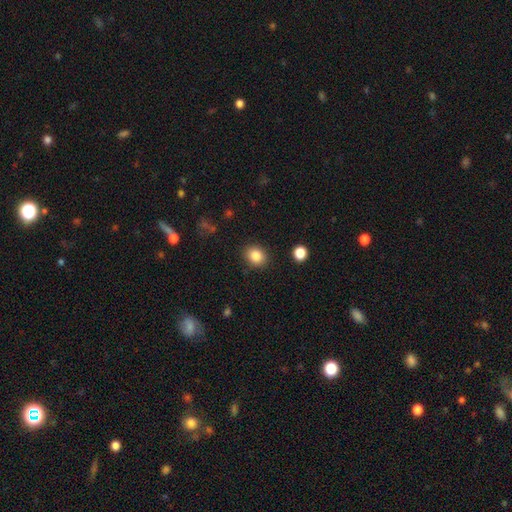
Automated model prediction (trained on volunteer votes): Smooth or featured?
  - smooth: 85% *
  - star or artifact: 10%
  - featured or disk: 5%
How rounded?
  - round: 59% *
  - in between: 40%
  - cigar-shaped: 1%
Merging?
  - none: 87% *
  - minor disturbance: 9%
  - major disturbance: 3%
  - merger: 2%